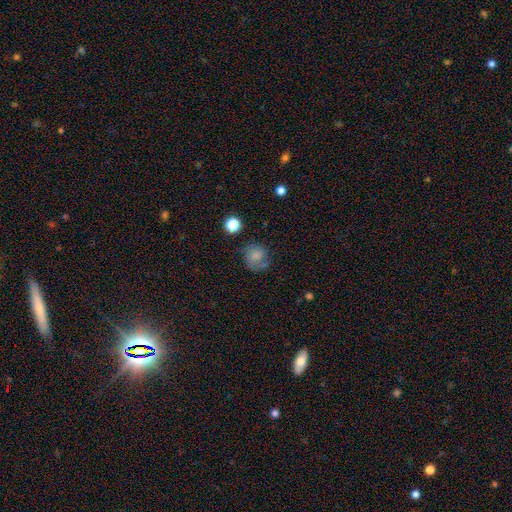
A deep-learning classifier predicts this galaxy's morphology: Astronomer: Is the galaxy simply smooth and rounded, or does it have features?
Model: smooth — 70%.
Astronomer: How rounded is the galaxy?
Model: round — 85%.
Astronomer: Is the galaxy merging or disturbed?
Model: none — 63%.